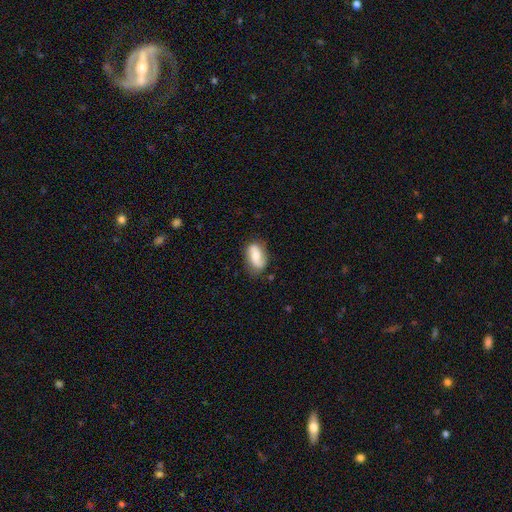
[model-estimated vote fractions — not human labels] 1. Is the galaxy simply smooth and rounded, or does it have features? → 48% smooth, 45% featured or disk, 7% star or artifact.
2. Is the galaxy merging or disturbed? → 72% none, 21% minor disturbance, 5% major disturbance, 2% merger.